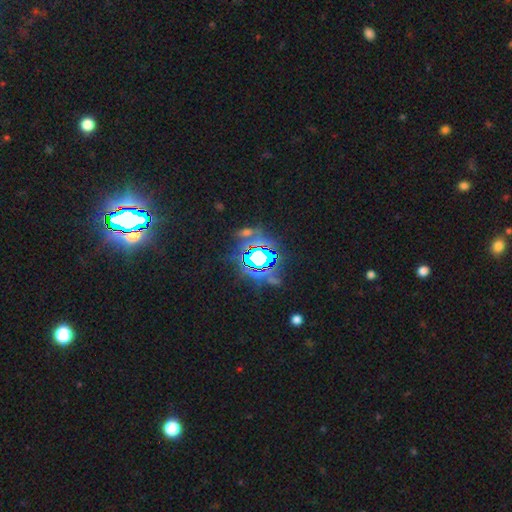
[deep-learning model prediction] The model was most divided on "smooth or featured": star or artifact: 82%, smooth: 10%, featured or disk: 8%.